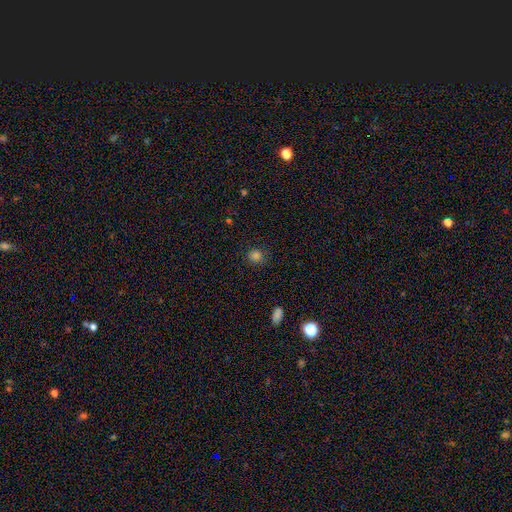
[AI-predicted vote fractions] Q: Smooth or featured?
A: smooth (81%); runner-up: star or artifact (15%)
Q: How rounded?
A: round (82%); runner-up: in between (17%)
Q: Merging?
A: none (83%); runner-up: minor disturbance (12%)